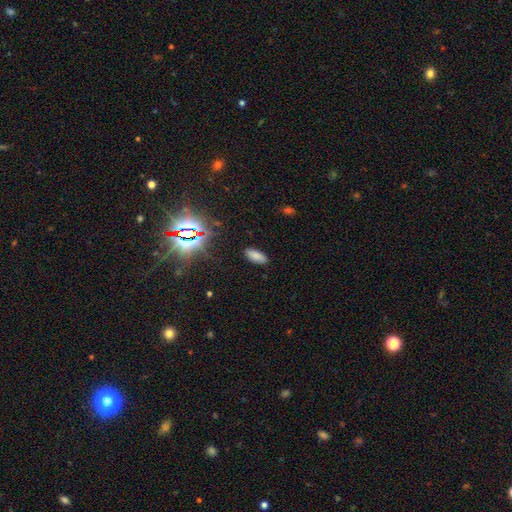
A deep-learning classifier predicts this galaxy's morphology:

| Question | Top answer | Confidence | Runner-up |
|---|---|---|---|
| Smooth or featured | smooth | 77% | star or artifact (17%) |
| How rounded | in between | 84% | cigar-shaped (14%) |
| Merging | none | 88% | minor disturbance (9%) |